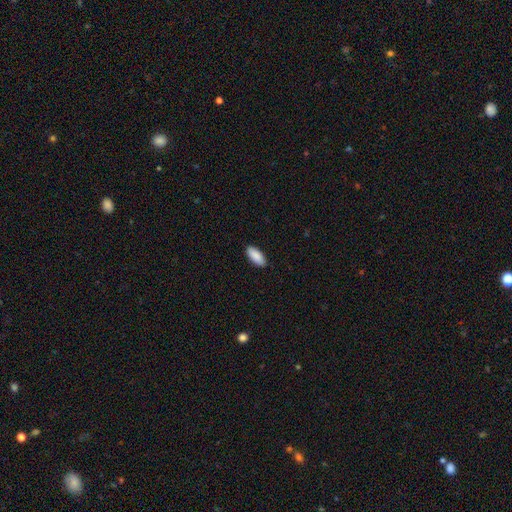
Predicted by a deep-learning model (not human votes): smooth 90%, star or artifact 6%, featured or disk 4%. Down the decision tree: how rounded — in between (87%); merging — none (90%).